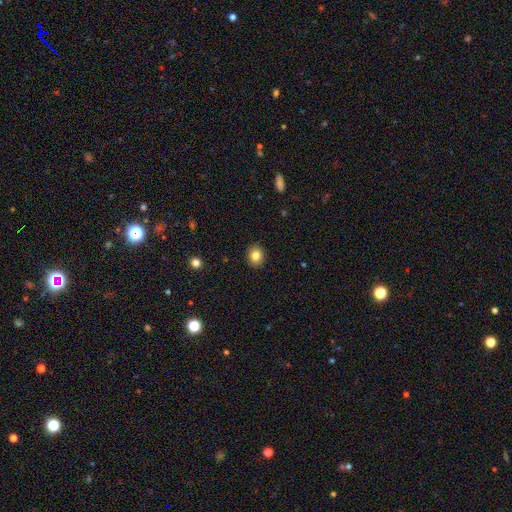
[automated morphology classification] Overall: smooth (83%). How rounded: round (65%; in between 34%). Merging: none (90%).